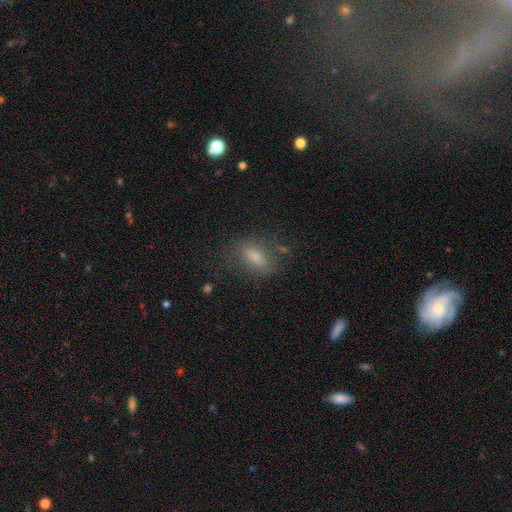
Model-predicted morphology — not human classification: Overall: smooth (74%). How rounded: in between (80%). Merging: none (69%).